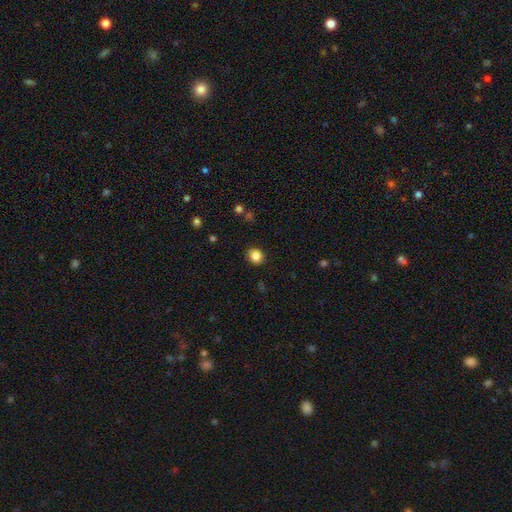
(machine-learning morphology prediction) smooth 85%, star or artifact 11%, featured or disk 4%. Down the decision tree: how rounded — round (76%); merging — none (88%).